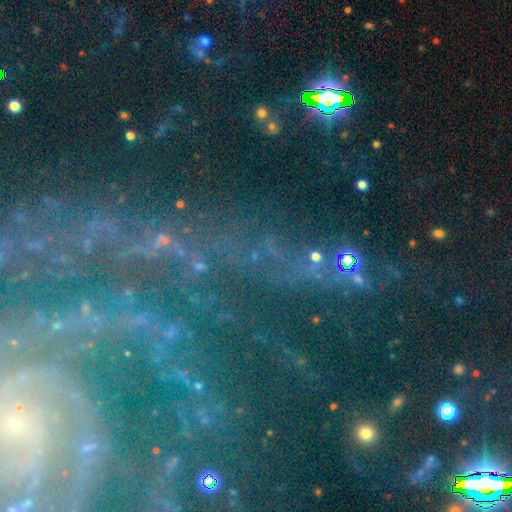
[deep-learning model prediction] Smooth or featured: star or artifact — 57% (featured or disk — 30%)